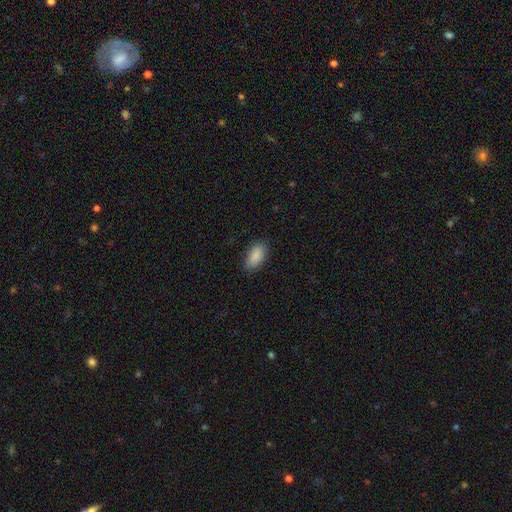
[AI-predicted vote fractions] Overall: smooth (89%). How rounded: in between (93%). Merging: none (83%).